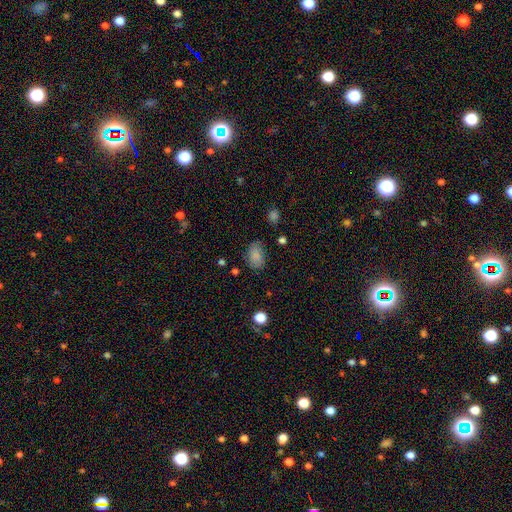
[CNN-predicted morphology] This is clearly a smooth galaxy (84%). How rounded: clearly in between (86%). Merging: likely none (75%).